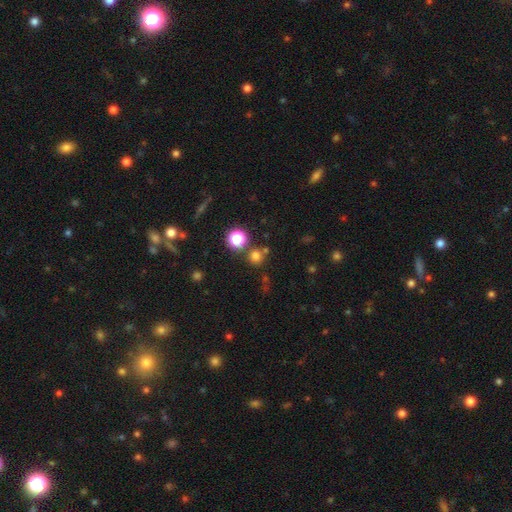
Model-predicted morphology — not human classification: Smooth or featured?
  - smooth: 70% *
  - star or artifact: 23%
  - featured or disk: 6%
How rounded?
  - round: 91% *
  - in between: 8%
  - cigar-shaped: 1%
Merging?
  - none: 75% *
  - merger: 14%
  - minor disturbance: 8%
  - major disturbance: 3%